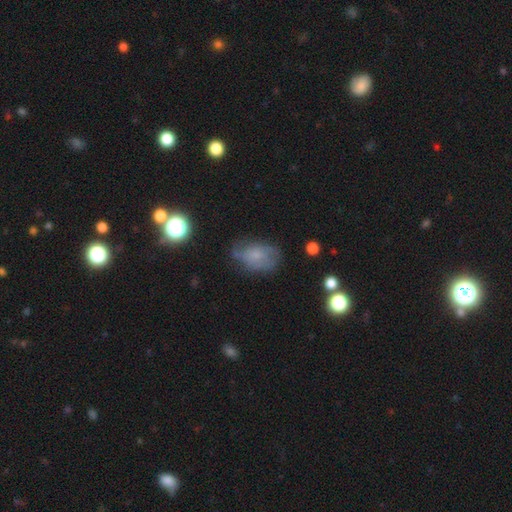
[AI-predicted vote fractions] This is possibly a smooth galaxy (55%). How rounded: clearly in between (81%). Merging: possibly none (52%).